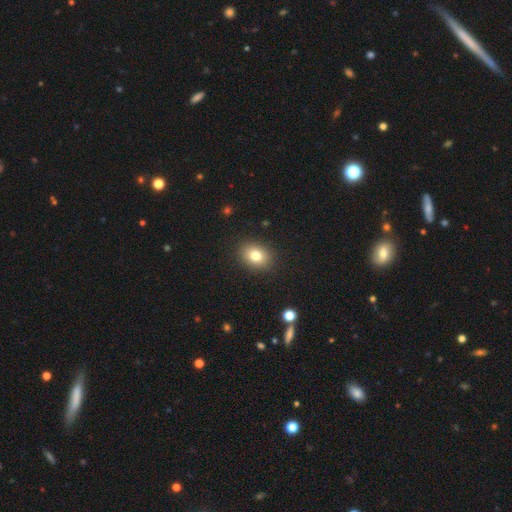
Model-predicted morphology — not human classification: Q: Smooth or featured?
A: smooth (80%); runner-up: star or artifact (11%)
Q: How rounded?
A: in between (58%); runner-up: round (41%)
Q: Merging?
A: none (89%); runner-up: minor disturbance (8%)